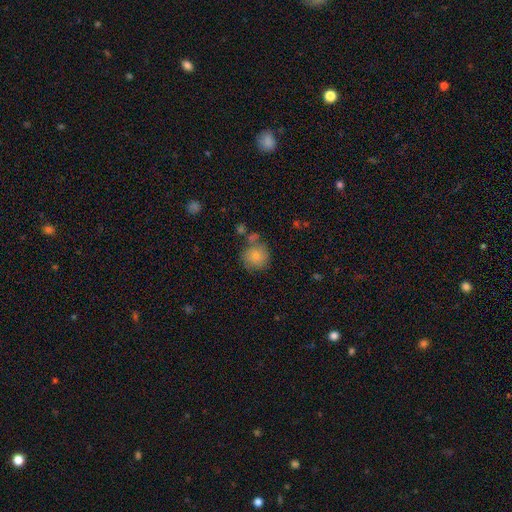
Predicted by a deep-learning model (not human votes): Smooth or featured? Predicted: smooth (p=0.82). How rounded? Predicted: round (p=0.89). Merging? Predicted: none (p=0.65).